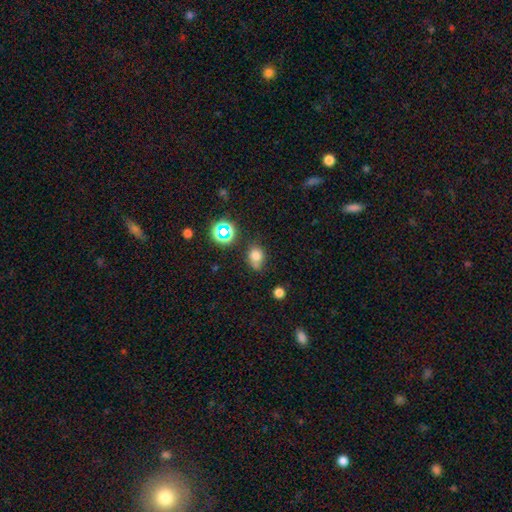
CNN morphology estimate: smooth 73%, star or artifact 17%, featured or disk 10%. Down the decision tree: how rounded — round (53%); merging — none (57%).